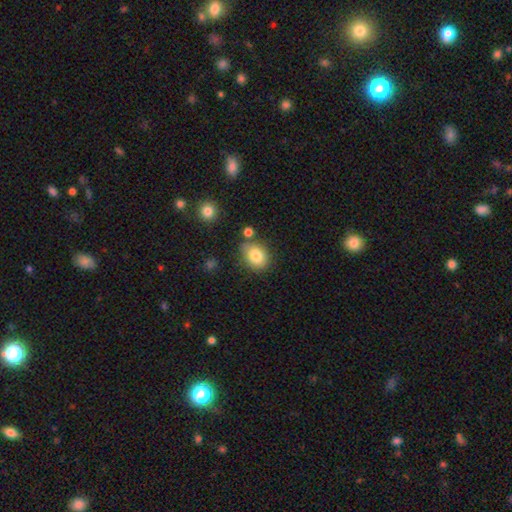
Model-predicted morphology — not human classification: Q: Smooth or featured?
A: smooth (82%); runner-up: featured or disk (9%)
Q: How rounded?
A: in between (55%); runner-up: round (44%)
Q: Merging?
A: none (73%); runner-up: minor disturbance (15%)